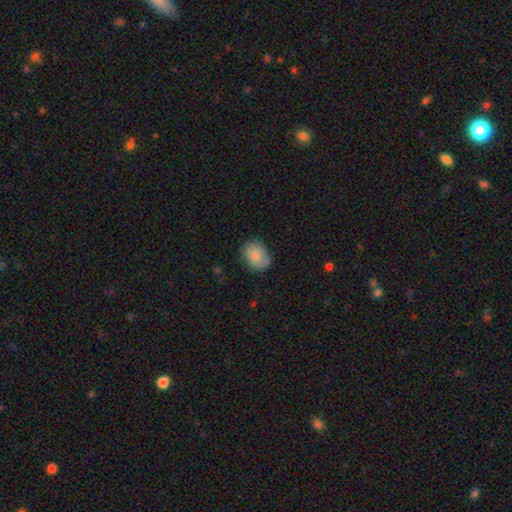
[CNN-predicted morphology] Smooth or featured? Predicted: smooth (p=0.83). How rounded? Predicted: in between (p=0.64). Merging? Predicted: none (p=0.73).